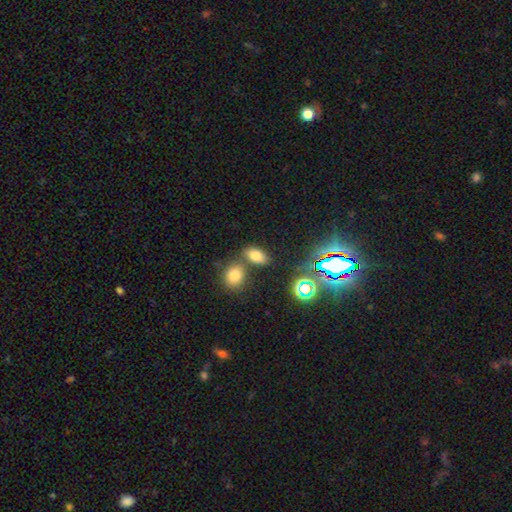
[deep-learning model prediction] This appears to be a smooth galaxy with no disk features (71%) that is in between round and cigar-shaped (85%). Merging: none (63%).